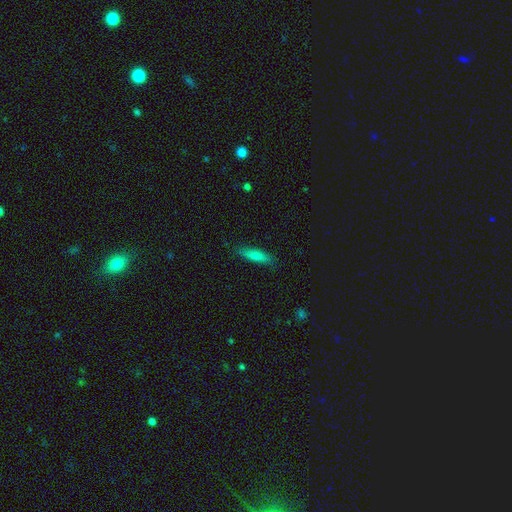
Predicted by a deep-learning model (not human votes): Smooth or featured? smooth (79%)
How rounded? cigar-shaped (73%)
Merging? none (84%)